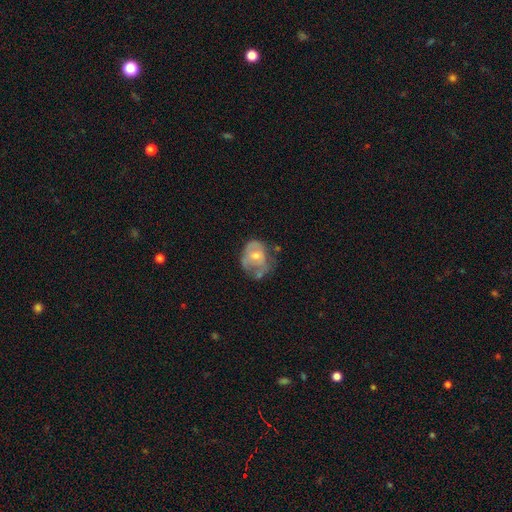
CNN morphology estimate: Overall: featured or disk (54%; smooth 38%). Edge-on disk: no (97%). Bar: no (75%). Spiral arms: no (62%; yes 38%). Bulge size: moderate (54%; small 40%). Merging: none (38%; minor disturbance 31%).